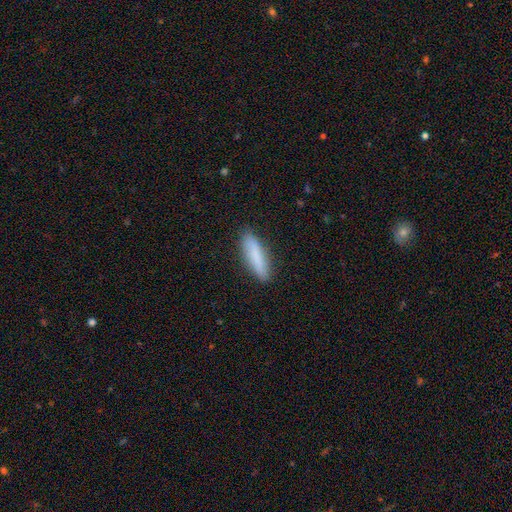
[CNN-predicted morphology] Smooth or featured? Predicted: smooth (p=0.81). How rounded? Predicted: cigar-shaped (p=0.70). Merging? Predicted: none (p=0.87).